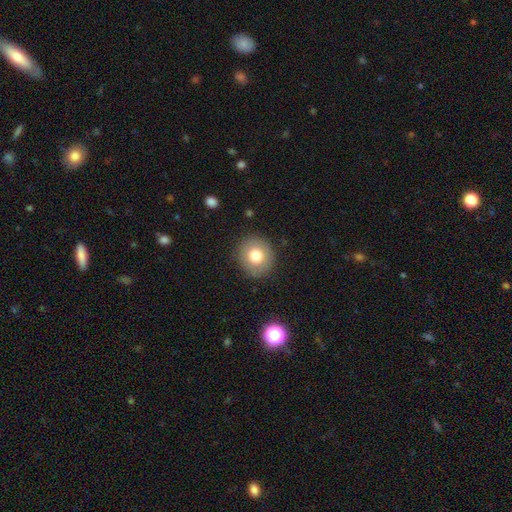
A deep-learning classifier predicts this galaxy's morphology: smooth 75%, featured or disk 16%, star or artifact 9%. Down the decision tree: how rounded — round (89%); merging — none (89%).